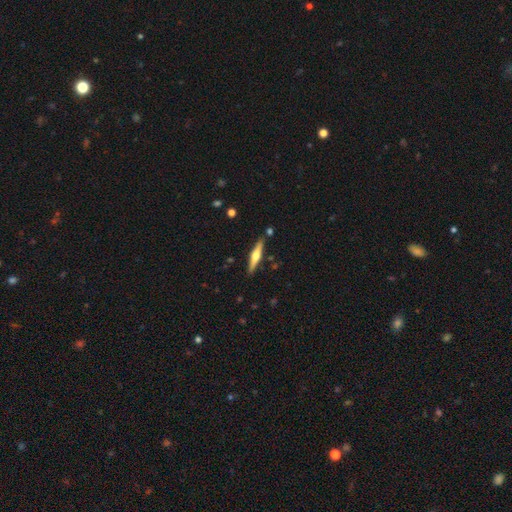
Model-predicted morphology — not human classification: smooth-or-featured: featured or disk: 63% | smooth: 31% | star or artifact: 5%
  disk-edge-on: yes: 97% | no: 3%
    edge-on-bulge: rounded: 90% | boxy: 6% | none: 4%
  merging: none: 87% | minor disturbance: 9% | merger: 3% | major disturbance: 2%